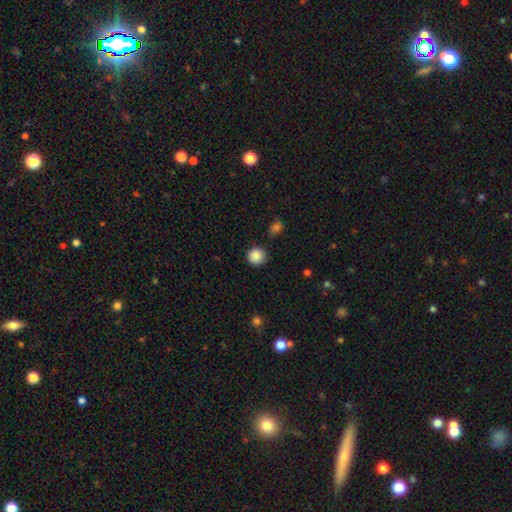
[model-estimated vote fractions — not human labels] Overall: smooth (88%). How rounded: round (94%). Merging: none (87%).